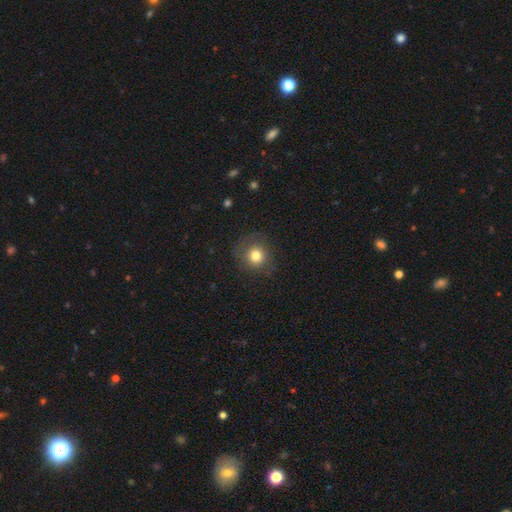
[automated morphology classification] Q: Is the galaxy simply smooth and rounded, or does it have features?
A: smooth — 78%.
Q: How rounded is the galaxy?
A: round — 90%.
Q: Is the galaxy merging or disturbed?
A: none — 80%.